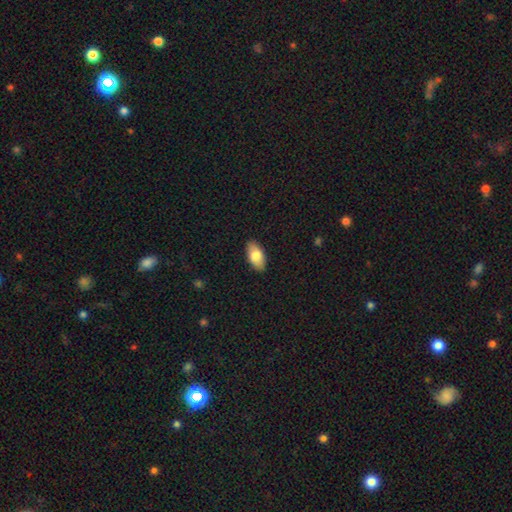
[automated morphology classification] Q: Smooth or featured?
A: smooth (80%); runner-up: featured or disk (14%)
Q: How rounded?
A: in between (93%); runner-up: cigar-shaped (4%)
Q: Merging?
A: none (88%); runner-up: minor disturbance (9%)